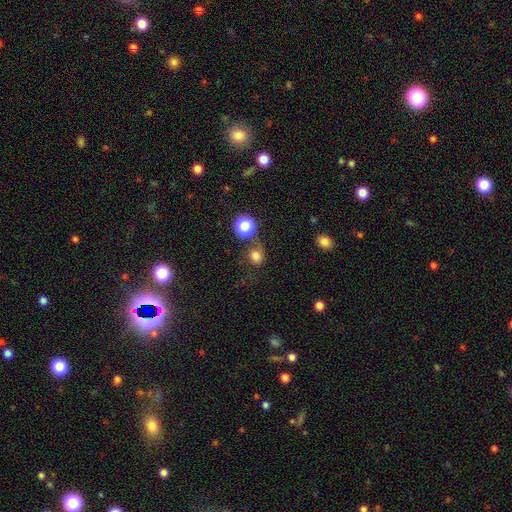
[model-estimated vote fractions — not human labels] Smooth or featured? Predicted: smooth (p=0.75). How rounded? Predicted: round (p=0.79). Merging? Predicted: none (p=0.56).